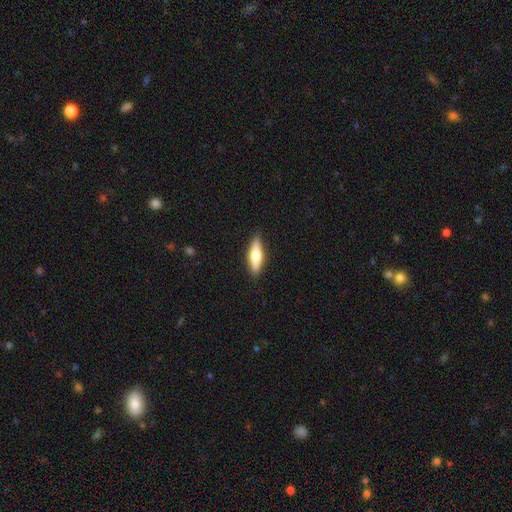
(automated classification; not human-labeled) Smooth or featured? smooth (57%)
How rounded? cigar-shaped (57%)
Merging? none (87%)